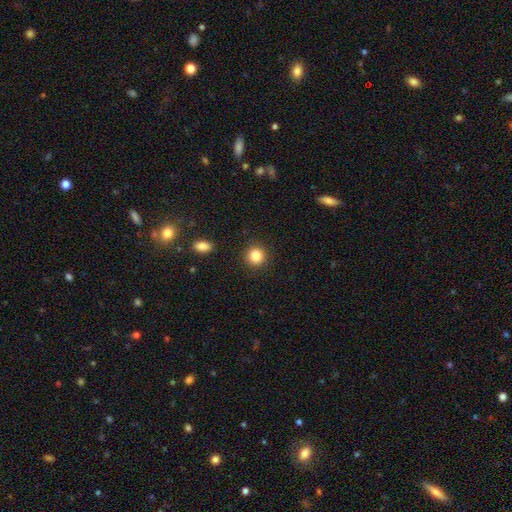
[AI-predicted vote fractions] Smooth or featured?
  - smooth: 86% *
  - star or artifact: 10%
  - featured or disk: 4%
How rounded?
  - round: 90% *
  - in between: 9%
  - cigar-shaped: 1%
Merging?
  - none: 90% *
  - minor disturbance: 6%
  - major disturbance: 2%
  - merger: 1%